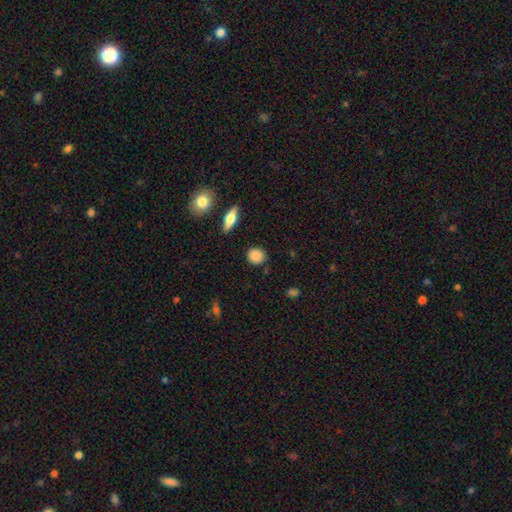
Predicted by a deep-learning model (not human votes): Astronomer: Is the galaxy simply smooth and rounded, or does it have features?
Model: smooth — 86%.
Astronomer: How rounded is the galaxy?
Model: round — 82%.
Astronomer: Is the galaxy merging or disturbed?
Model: none — 87%.